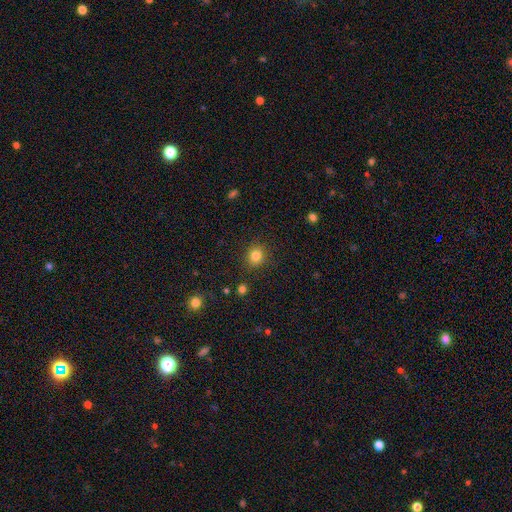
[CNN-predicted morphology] This is clearly a smooth galaxy (83%). How rounded: clearly round (82%). Merging: clearly none (88%).